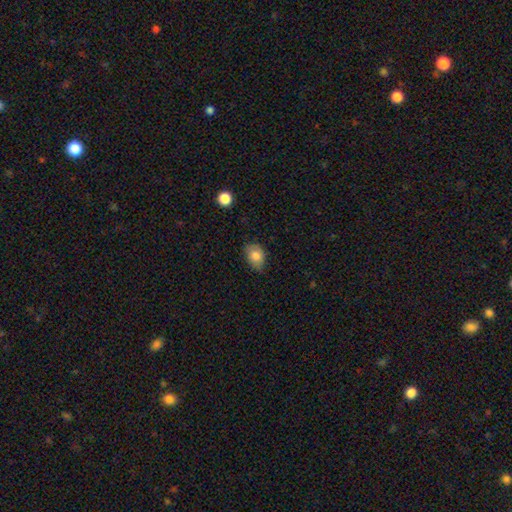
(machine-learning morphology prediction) smooth-or-featured: smooth: 83% | featured or disk: 9% | star or artifact: 8%
  how-rounded: in between: 70% | round: 29% | cigar-shaped: 1%
  merging: none: 68% | minor disturbance: 26% | major disturbance: 5% | merger: 1%